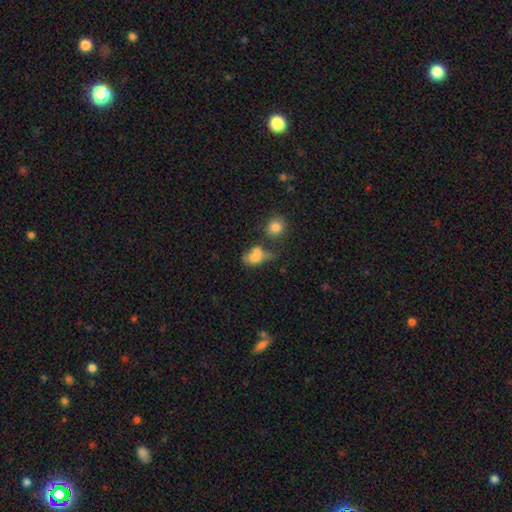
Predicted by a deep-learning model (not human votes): Smooth or featured: smooth — 71% (featured or disk — 18%)
How rounded: in between — 73% (round — 24%)
Merging: merger — 45% (none — 26%)